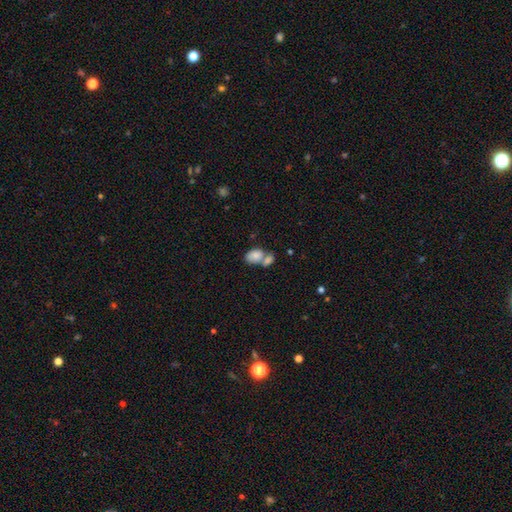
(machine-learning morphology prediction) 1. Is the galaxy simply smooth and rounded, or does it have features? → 80% smooth, 12% featured or disk, 8% star or artifact.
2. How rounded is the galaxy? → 84% in between, 15% round, 1% cigar-shaped.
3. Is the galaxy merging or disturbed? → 61% merger, 25% none, 9% minor disturbance, 5% major disturbance.